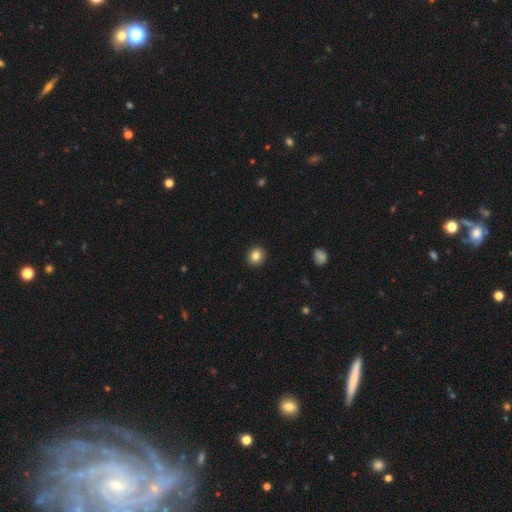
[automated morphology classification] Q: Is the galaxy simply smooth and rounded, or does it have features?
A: smooth — 85%.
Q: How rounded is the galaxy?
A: round — 82%.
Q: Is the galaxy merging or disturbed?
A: none — 93%.